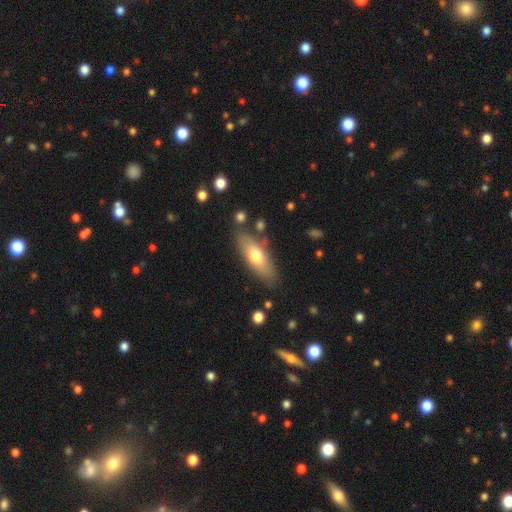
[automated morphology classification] Smooth or featured?
  - smooth: 64% *
  - featured or disk: 30%
  - star or artifact: 6%
How rounded?
  - in between: 62% *
  - cigar-shaped: 35%
  - round: 3%
Merging?
  - none: 78% *
  - minor disturbance: 14%
  - merger: 4%
  - major disturbance: 4%